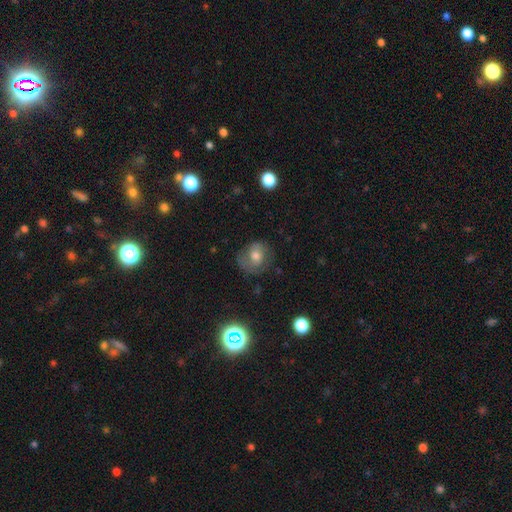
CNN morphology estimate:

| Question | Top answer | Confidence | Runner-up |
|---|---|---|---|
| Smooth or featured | smooth | 54% | featured or disk (30%) |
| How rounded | round | 69% | in between (30%) |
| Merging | none | 65% | minor disturbance (22%) |